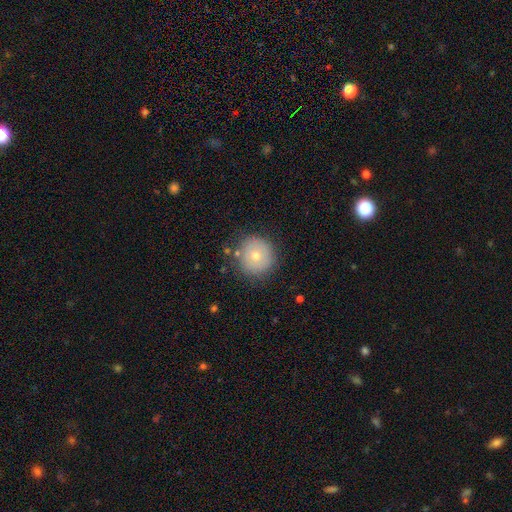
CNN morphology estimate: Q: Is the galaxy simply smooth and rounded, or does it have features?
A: smooth — 63%.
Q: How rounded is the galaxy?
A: round — 94%.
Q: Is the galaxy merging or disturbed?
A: none — 83%.